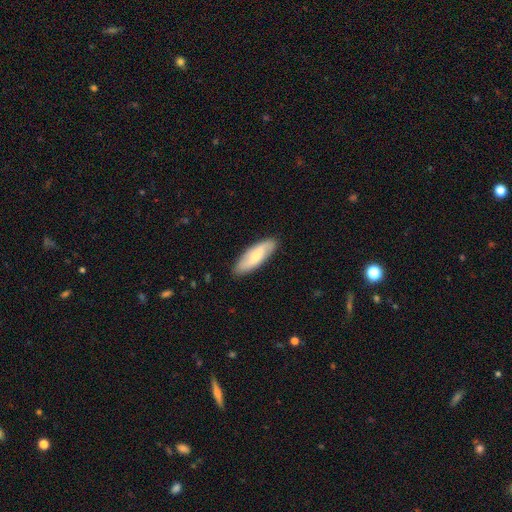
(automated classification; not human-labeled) The model was most divided on "how rounded": in between: 57%, cigar-shaped: 40%, round: 2%. More confident: merging — none (87%); smooth or featured — smooth (60%).